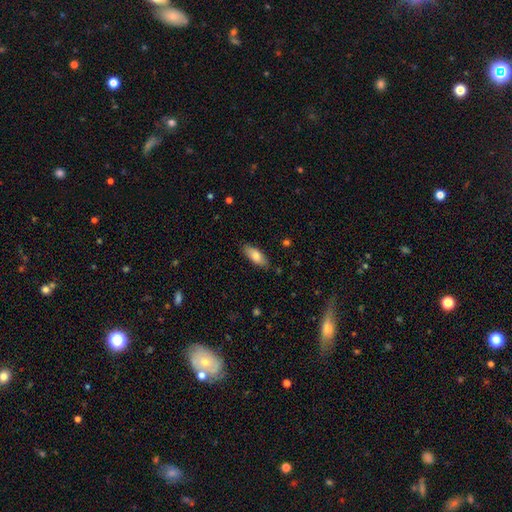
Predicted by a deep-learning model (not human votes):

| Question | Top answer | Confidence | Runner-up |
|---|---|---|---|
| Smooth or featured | smooth | 77% | featured or disk (17%) |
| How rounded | in between | 75% | cigar-shaped (23%) |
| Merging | none | 85% | minor disturbance (11%) |